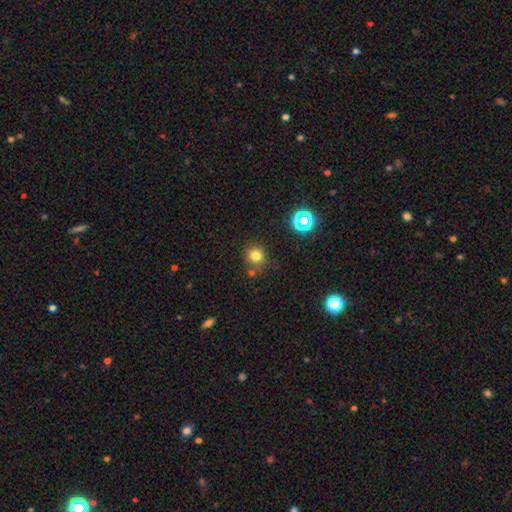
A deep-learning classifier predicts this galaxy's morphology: Smooth or featured? smooth (76%)
How rounded? round (91%)
Merging? none (75%)